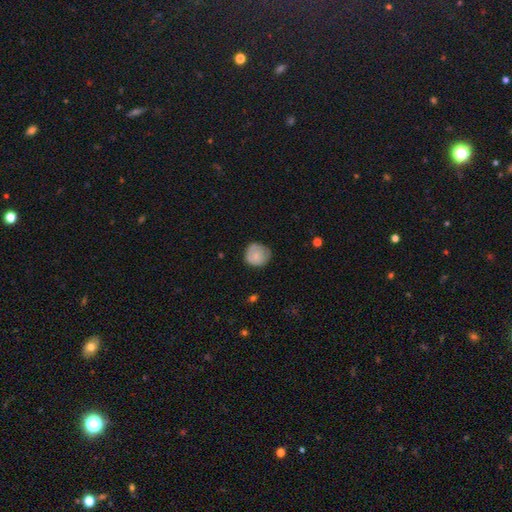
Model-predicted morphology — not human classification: A smooth galaxy with no disk features (76%) that is round (87%).

Vote fractions:
- Smooth or featured? smooth: 76% / featured or disk: 17% / star or artifact: 7%
- How rounded? round: 87% / in between: 12% / cigar-shaped: 1%
- Merging? none: 69% / minor disturbance: 25% / major disturbance: 6% / merger: 1%